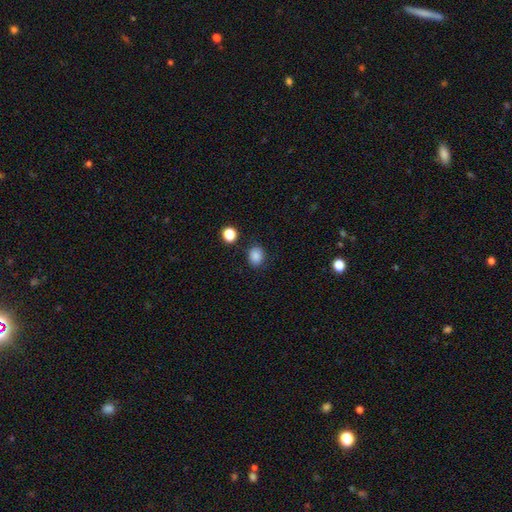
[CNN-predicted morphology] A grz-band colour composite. It shows a smooth galaxy with no disk features (86%) that is round (58%). Merging: none (83%).